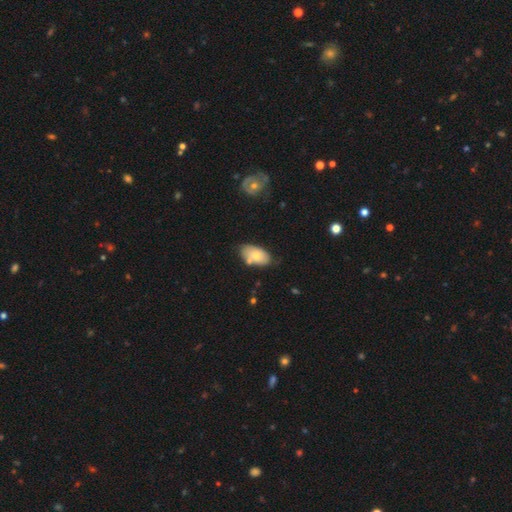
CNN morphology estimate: Smooth or featured?
  - smooth: 68% *
  - featured or disk: 26%
  - star or artifact: 7%
How rounded?
  - in between: 93% *
  - round: 5%
  - cigar-shaped: 2%
Merging?
  - none: 56% *
  - minor disturbance: 28%
  - merger: 10%
  - major disturbance: 6%